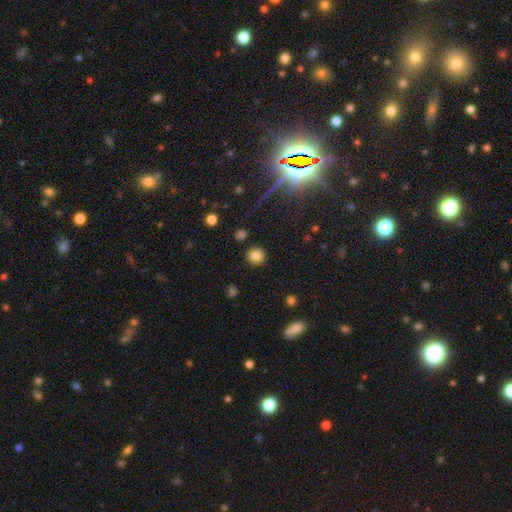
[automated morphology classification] A smooth galaxy with no disk features (83%) that is round (92%).

Vote fractions:
- Smooth or featured? smooth: 83% / star or artifact: 12% / featured or disk: 6%
- How rounded? round: 92% / in between: 7% / cigar-shaped: 1%
- Merging? none: 90% / minor disturbance: 6% / major disturbance: 2% / merger: 2%